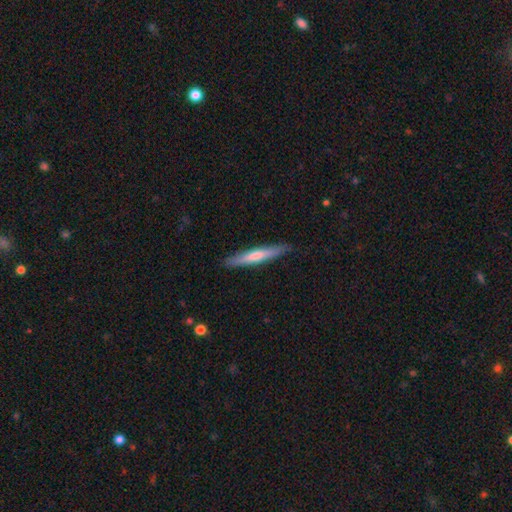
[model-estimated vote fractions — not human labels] Overall: smooth (51%; featured or disk 43%). How rounded: cigar-shaped (94%). Merging: none (89%).